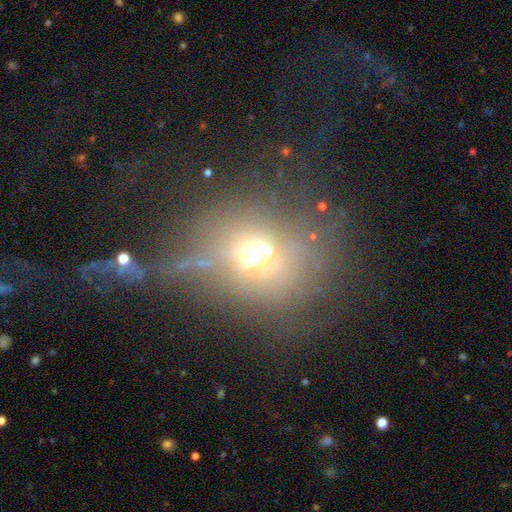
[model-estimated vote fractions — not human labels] Q: Smooth or featured?
A: smooth (50%); runner-up: featured or disk (27%)
Q: Merging?
A: none (49%); runner-up: major disturbance (23%)